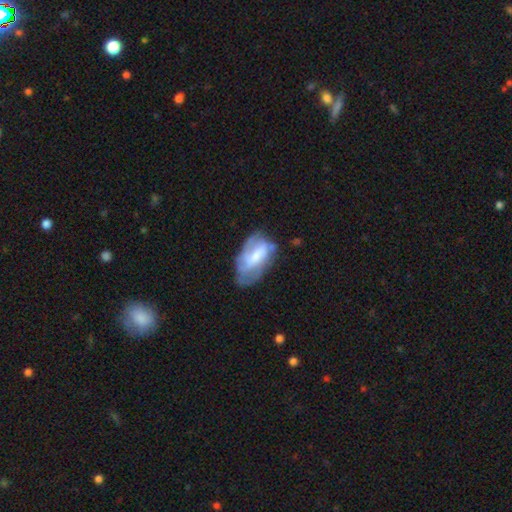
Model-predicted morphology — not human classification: Q: Smooth or featured?
A: featured or disk (55%); runner-up: smooth (38%)
Q: Edge-on disk?
A: no (95%); runner-up: yes (5%)
Q: Bar?
A: weak (43%); runner-up: no (36%)
Q: Spiral arms?
A: yes (67%); runner-up: no (33%)
Q: Bulge size?
A: moderate (37%); tied with: small (37%)
Q: Merging?
A: none (47%); runner-up: minor disturbance (30%)